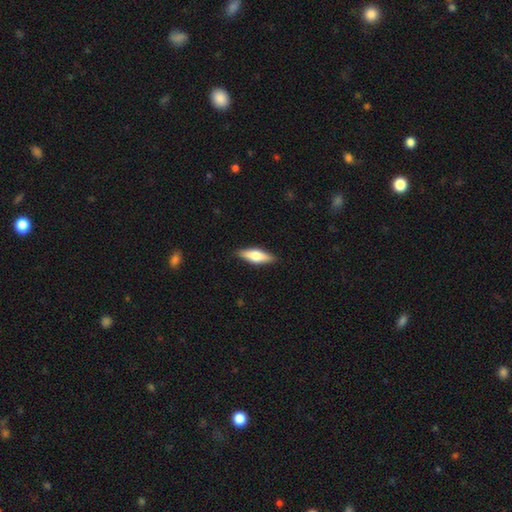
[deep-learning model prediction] Smooth or featured? Predicted: smooth (p=0.54). How rounded? Predicted: in between (p=0.50). Merging? Predicted: none (p=0.88).